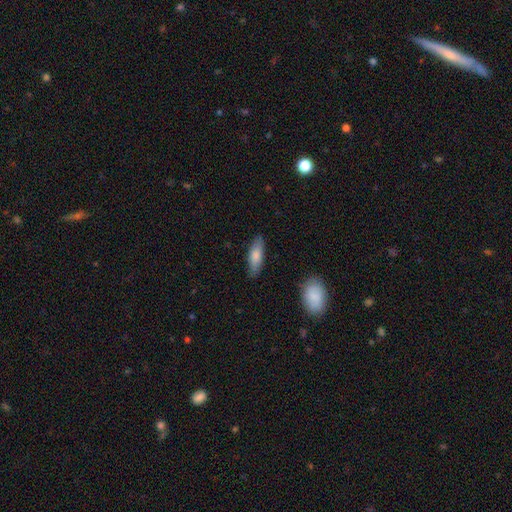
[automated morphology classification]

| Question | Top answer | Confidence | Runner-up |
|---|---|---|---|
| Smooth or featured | smooth | 78% | featured or disk (16%) |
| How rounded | in between | 61% | cigar-shaped (37%) |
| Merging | none | 84% | minor disturbance (12%) |